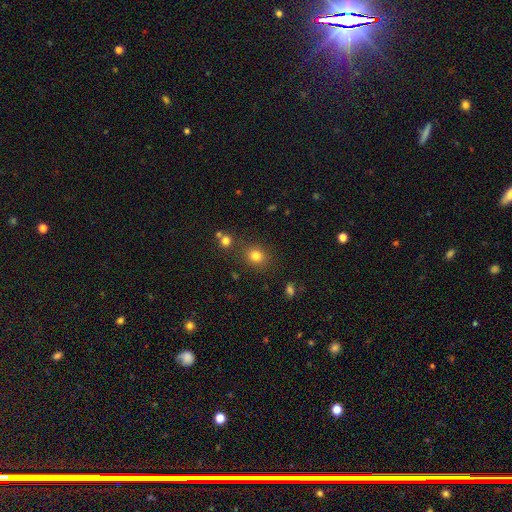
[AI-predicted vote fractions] Morphology: type=smooth (80%); roundness=round (74%); merging=none (81%).